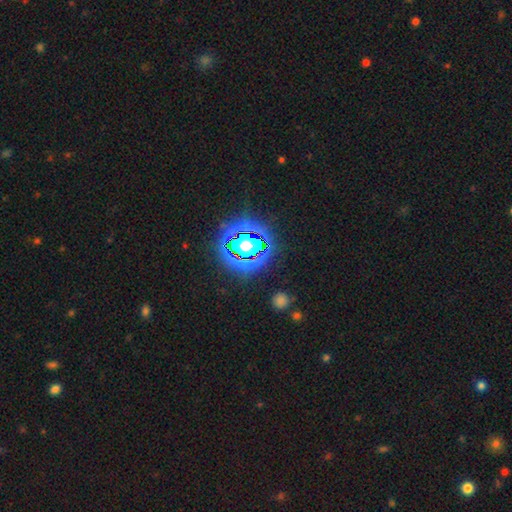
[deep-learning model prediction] smooth_or_featured: star or artifact (p=0.84) [alt: smooth p=0.10]